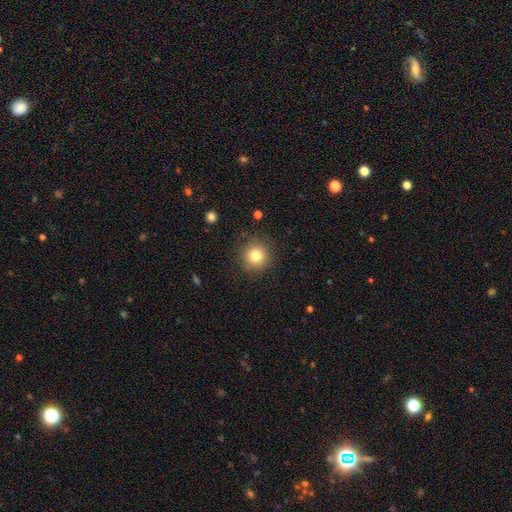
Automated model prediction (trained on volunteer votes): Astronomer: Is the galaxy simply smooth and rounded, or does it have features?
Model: smooth — 80%.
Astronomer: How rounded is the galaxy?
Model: round — 94%.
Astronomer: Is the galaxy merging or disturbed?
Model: none — 87%.